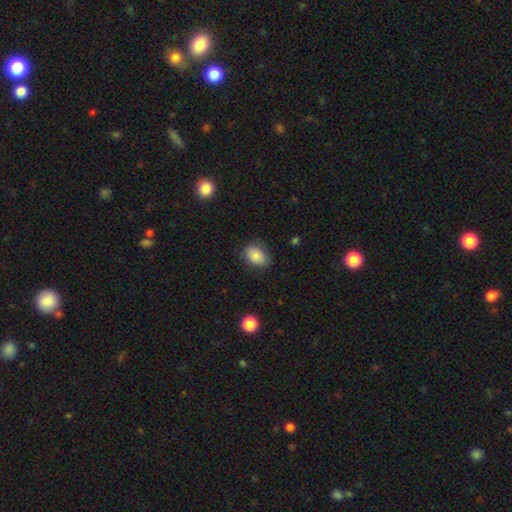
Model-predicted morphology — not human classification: Smooth or featured: smooth — 83% (featured or disk — 9%)
How rounded: in between — 80% (round — 19%)
Merging: none — 76% (minor disturbance — 18%)